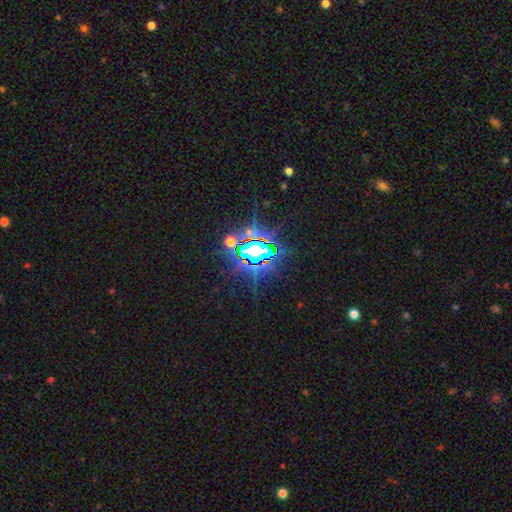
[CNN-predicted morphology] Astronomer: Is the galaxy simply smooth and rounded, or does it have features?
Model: star or artifact — 79%.